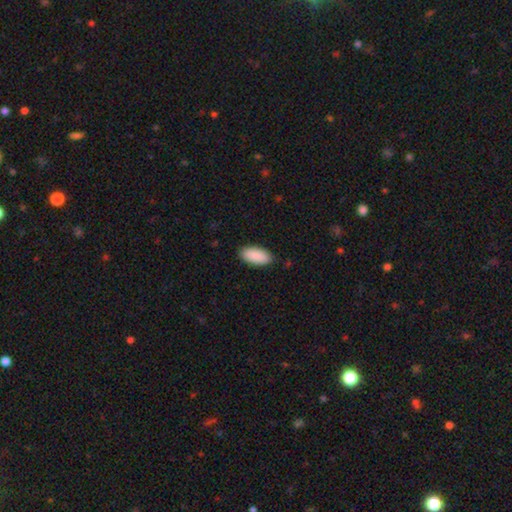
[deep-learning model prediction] A smooth galaxy with no disk features (91%) that is in between round and cigar-shaped (93%). Merging: none (88%).